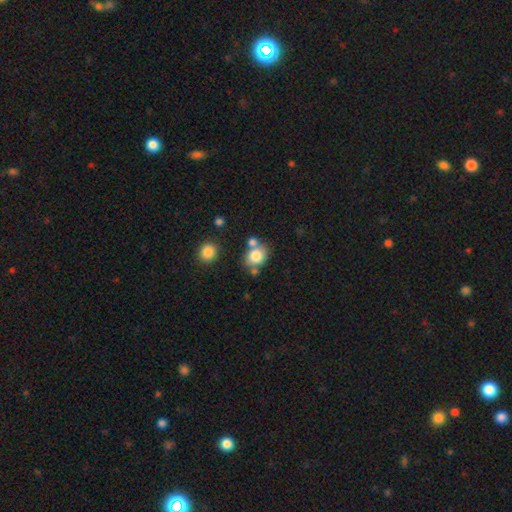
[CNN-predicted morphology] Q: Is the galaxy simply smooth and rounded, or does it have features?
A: smooth — 79%.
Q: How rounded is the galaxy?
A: round — 62%.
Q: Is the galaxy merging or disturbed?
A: none — 59%.